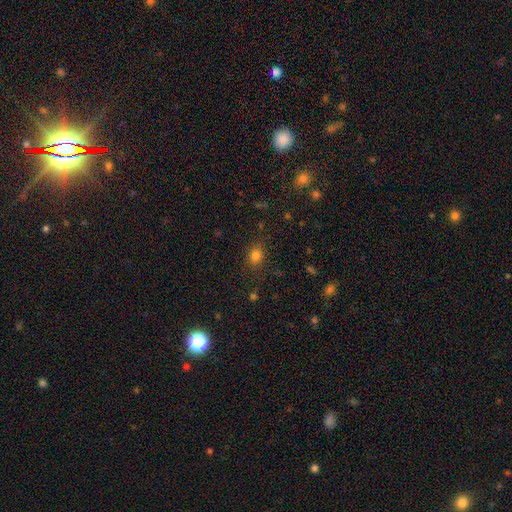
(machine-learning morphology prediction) smooth 79%, star or artifact 15%, featured or disk 5%. Down the decision tree: how rounded — round (59%); merging — none (81%).